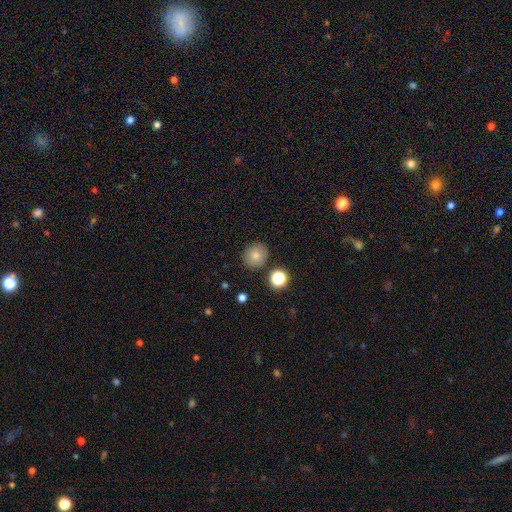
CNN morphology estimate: Q: Smooth or featured?
A: smooth (79%); runner-up: star or artifact (12%)
Q: How rounded?
A: round (88%); runner-up: in between (11%)
Q: Merging?
A: none (86%); runner-up: minor disturbance (8%)